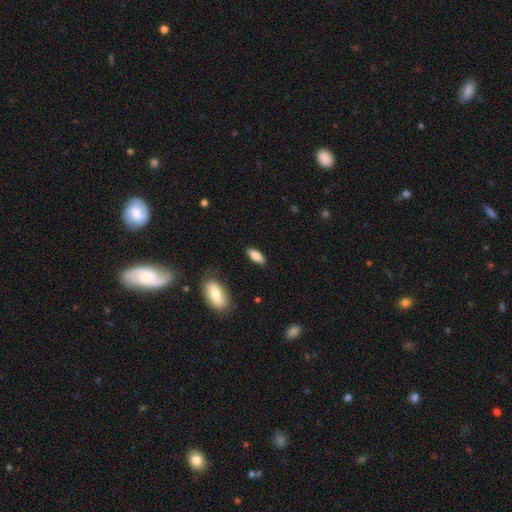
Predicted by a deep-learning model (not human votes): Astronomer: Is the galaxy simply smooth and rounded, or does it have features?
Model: smooth — 80%.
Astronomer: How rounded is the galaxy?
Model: in between — 71%.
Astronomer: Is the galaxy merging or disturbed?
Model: none — 86%.